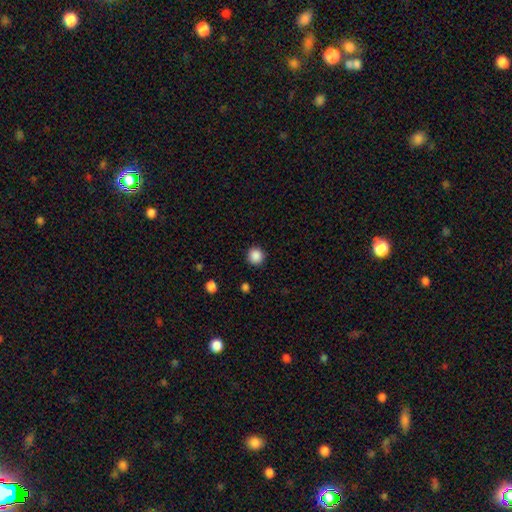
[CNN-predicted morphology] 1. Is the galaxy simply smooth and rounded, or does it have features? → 87% smooth, 10% star or artifact, 3% featured or disk.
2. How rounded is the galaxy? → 94% round, 5% in between, 1% cigar-shaped.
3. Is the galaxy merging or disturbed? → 91% none, 6% minor disturbance, 2% major disturbance, 1% merger.